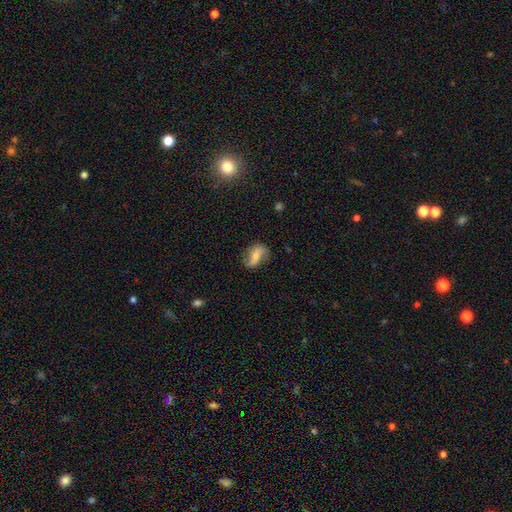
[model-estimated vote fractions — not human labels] The model was most divided on "bar": weak: 36%, strong: 34%, no: 31%. Remaining: edge-on disk — no (95%); spiral arms — yes (86%); merging — none (70%); smooth or featured — featured or disk (55%); bulge size — small (42%).